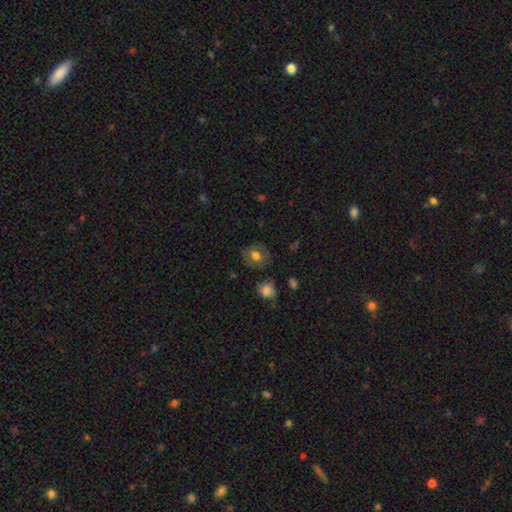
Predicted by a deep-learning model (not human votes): Smooth or featured? Predicted: smooth (p=0.73). How rounded? Predicted: round (p=0.69). Merging? Predicted: none (p=0.79).